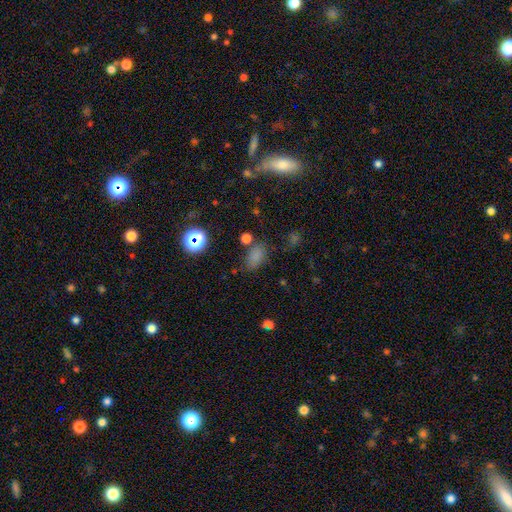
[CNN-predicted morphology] Smooth or featured: smooth — 75% (star or artifact — 19%)
How rounded: in between — 83% (round — 14%)
Merging: none — 70% (minor disturbance — 17%)